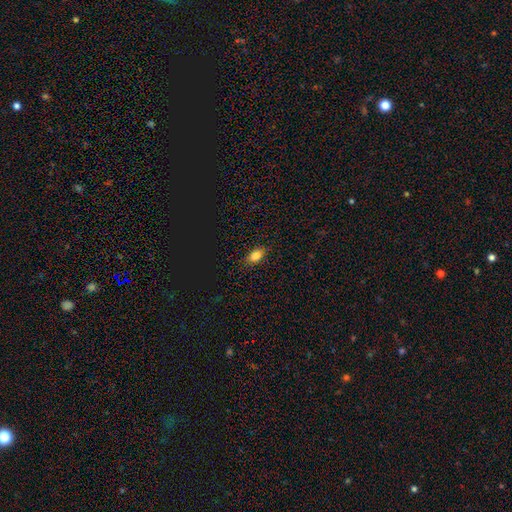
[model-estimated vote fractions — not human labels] This appears to be a smooth galaxy with no disk features (81%) that is in between round and cigar-shaped (84%). Merging: none (86%).